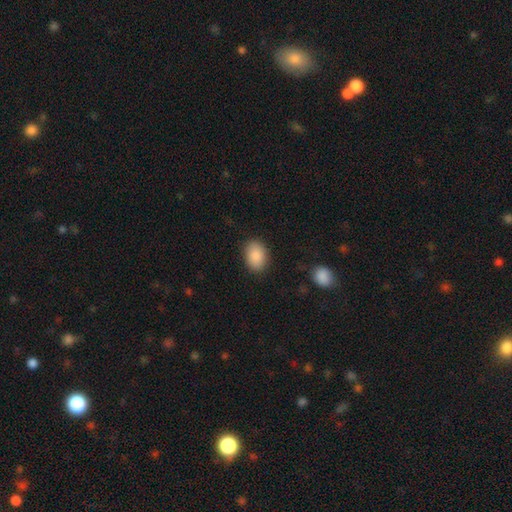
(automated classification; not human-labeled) This is clearly a smooth galaxy (89%). How rounded: clearly in between (81%). Merging: clearly none (87%).